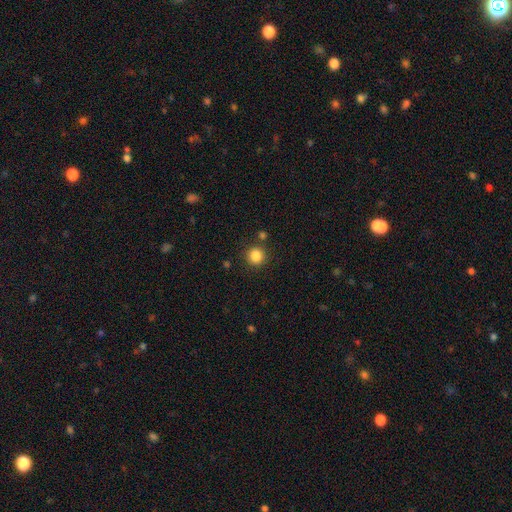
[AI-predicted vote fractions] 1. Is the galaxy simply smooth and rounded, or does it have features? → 86% smooth, 11% star or artifact, 4% featured or disk.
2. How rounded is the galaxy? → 92% round, 7% in between, 1% cigar-shaped.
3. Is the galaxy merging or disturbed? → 86% none, 7% minor disturbance, 5% merger, 3% major disturbance.